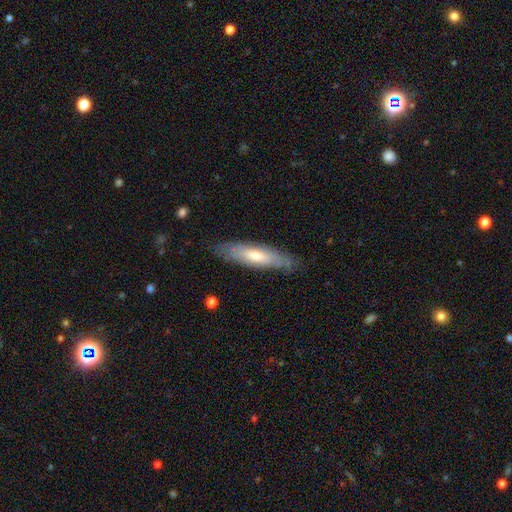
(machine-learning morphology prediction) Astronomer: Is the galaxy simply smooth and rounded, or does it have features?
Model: smooth — 59% (runner-up: featured or disk, 36%).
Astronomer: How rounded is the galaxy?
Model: cigar-shaped — 64%.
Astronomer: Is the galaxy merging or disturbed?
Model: none — 78%.